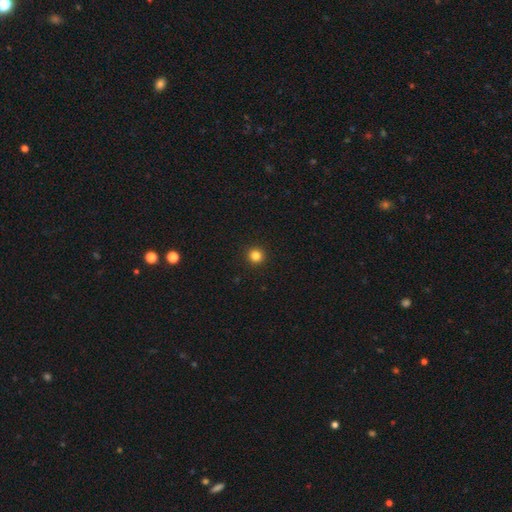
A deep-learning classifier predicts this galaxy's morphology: Overall: smooth (83%). How rounded: round (95%). Merging: none (94%).